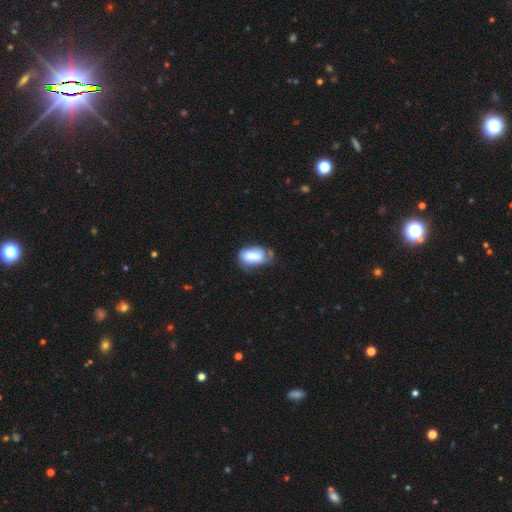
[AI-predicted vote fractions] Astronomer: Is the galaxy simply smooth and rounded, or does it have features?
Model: smooth — 75%.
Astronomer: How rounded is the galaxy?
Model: in between — 90%.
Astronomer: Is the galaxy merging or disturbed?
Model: minor disturbance — 39% (runner-up: none, 38%).